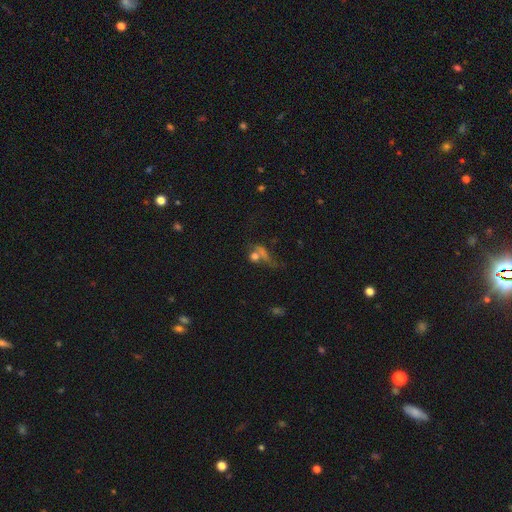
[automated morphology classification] Overall: smooth (55%; star or artifact 24%). How rounded: round (61%; in between 28%). Merging: none (37%; merger 32%).